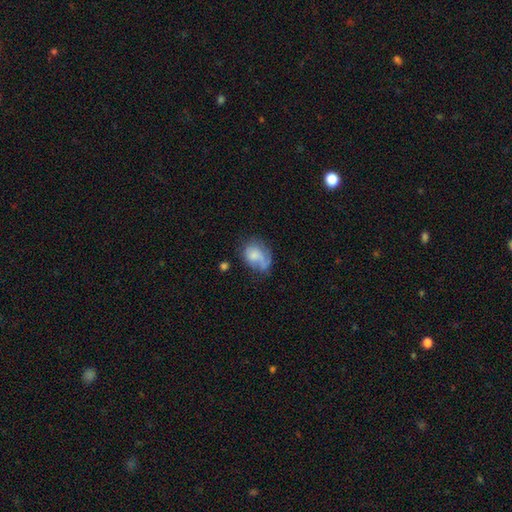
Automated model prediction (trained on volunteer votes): smooth-or-featured: smooth: 61% | featured or disk: 30% | star or artifact: 8%
  how-rounded: in between: 65% | round: 34% | cigar-shaped: 1%
  merging: none: 37% | minor disturbance: 29% | major disturbance: 26% | merger: 9%